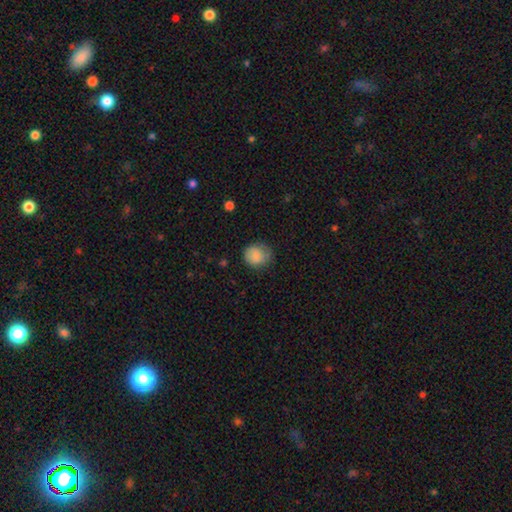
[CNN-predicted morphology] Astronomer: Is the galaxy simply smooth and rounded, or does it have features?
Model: smooth — 84%.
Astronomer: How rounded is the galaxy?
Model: round — 78%.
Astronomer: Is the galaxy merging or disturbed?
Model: none — 72%.